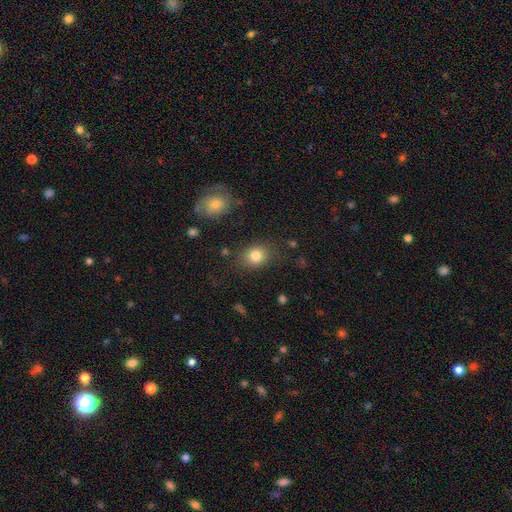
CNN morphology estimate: smooth-or-featured: smooth: 81% | star or artifact: 11% | featured or disk: 8%
  how-rounded: round: 54% | in between: 45% | cigar-shaped: 1%
  merging: none: 80% | minor disturbance: 13% | major disturbance: 4% | merger: 3%